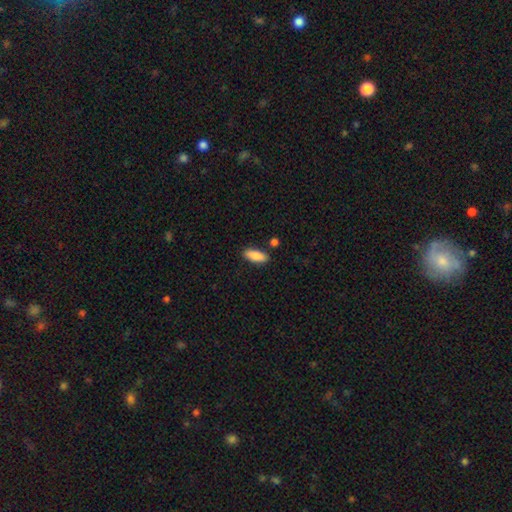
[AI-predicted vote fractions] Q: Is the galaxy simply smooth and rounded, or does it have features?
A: smooth — 87%.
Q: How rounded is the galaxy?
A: in between — 76%.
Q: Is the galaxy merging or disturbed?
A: none — 84%.